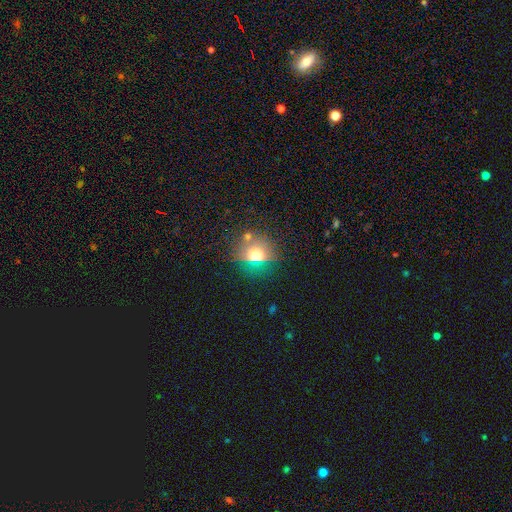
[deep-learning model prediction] smooth_or_featured: smooth (p=0.62) [alt: featured or disk p=0.19]
how_rounded: round (p=0.83) [alt: in between p=0.16]
merging: none (p=0.72) [alt: minor disturbance p=0.14]